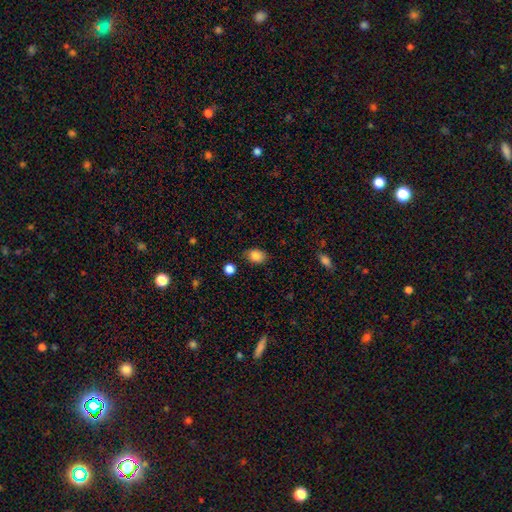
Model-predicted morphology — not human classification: Q: Smooth or featured?
A: smooth (86%); runner-up: star or artifact (9%)
Q: How rounded?
A: in between (75%); runner-up: round (24%)
Q: Merging?
A: none (80%); runner-up: minor disturbance (14%)